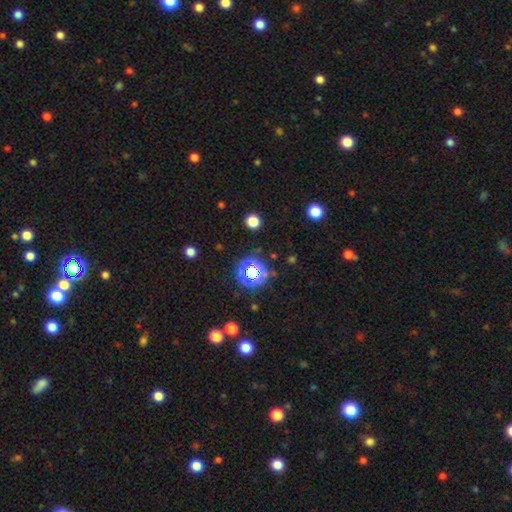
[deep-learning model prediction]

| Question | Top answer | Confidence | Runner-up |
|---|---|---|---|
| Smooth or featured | star or artifact | 70% | smooth (22%) |